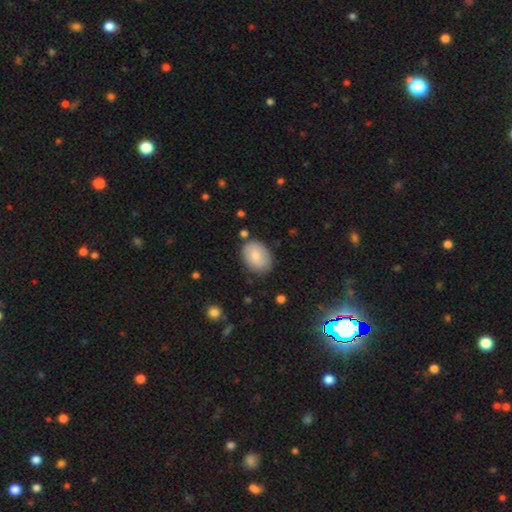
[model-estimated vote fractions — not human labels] Smooth or featured: smooth — 73% (featured or disk — 20%)
How rounded: in between — 71% (round — 28%)
Merging: none — 76% (minor disturbance — 17%)